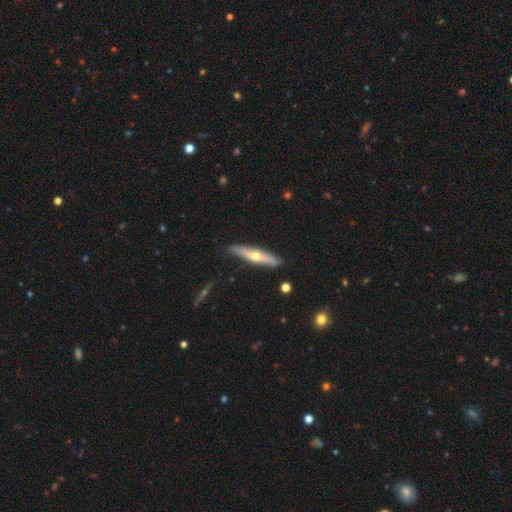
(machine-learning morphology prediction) smooth_or_featured: featured or disk (p=0.57) [alt: smooth p=0.38]
disk_edge_on: yes (p=0.80) [alt: no p=0.20]
merging: none (p=0.82) [alt: minor disturbance p=0.14]